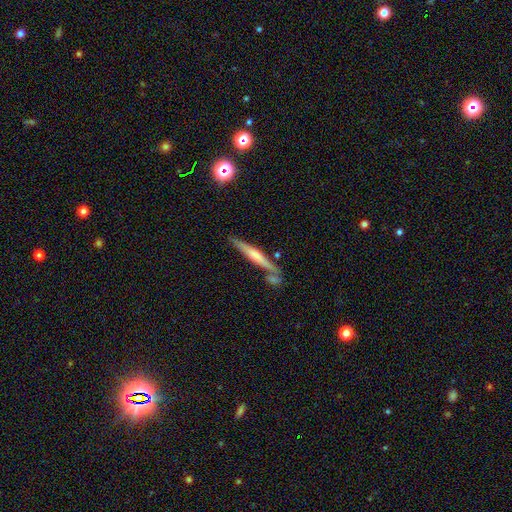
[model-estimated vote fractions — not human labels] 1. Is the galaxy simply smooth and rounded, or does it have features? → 49% featured or disk, 45% smooth, 6% star or artifact.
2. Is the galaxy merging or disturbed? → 72% none, 13% merger, 12% minor disturbance, 3% major disturbance.